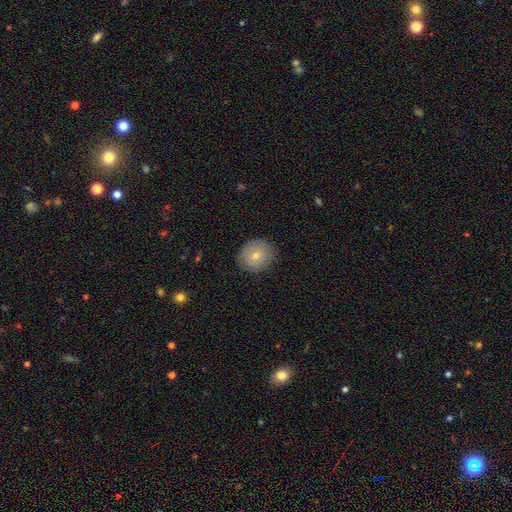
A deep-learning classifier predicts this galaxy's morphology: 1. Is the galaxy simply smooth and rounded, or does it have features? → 68% smooth, 22% featured or disk, 10% star or artifact.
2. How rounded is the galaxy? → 79% round, 20% in between, 1% cigar-shaped.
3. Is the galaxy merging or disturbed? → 85% none, 11% minor disturbance, 3% major disturbance, 1% merger.